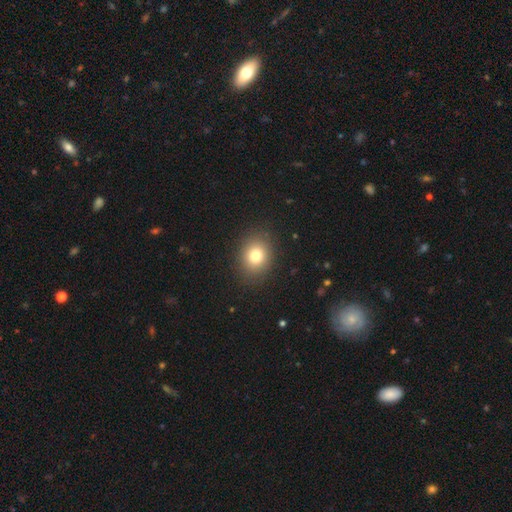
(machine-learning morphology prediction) The model was most divided on "how rounded": round: 61%, in between: 38%, cigar-shaped: 1%. More confident: merging — none (88%); smooth or featured — smooth (79%).